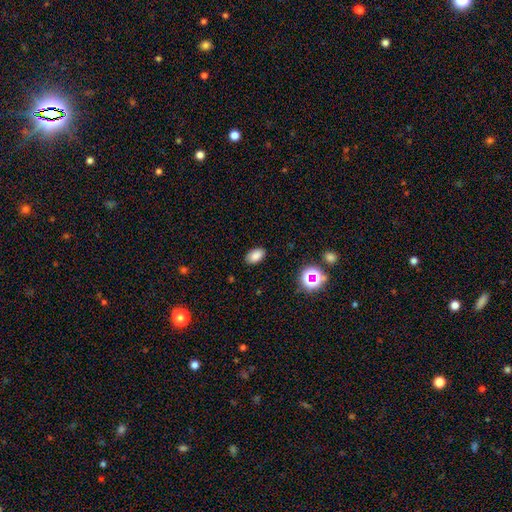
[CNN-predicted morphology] smooth-or-featured: smooth: 82% | star or artifact: 13% | featured or disk: 5%
  how-rounded: in between: 90% | round: 9% | cigar-shaped: 1%
  merging: none: 87% | minor disturbance: 10% | major disturbance: 2% | merger: 1%